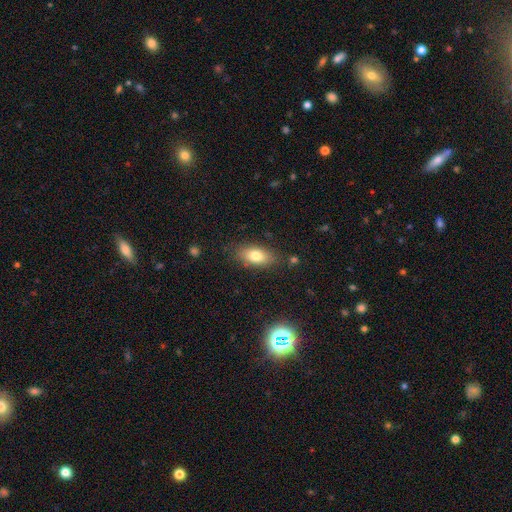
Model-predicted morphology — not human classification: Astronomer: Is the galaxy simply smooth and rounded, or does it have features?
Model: smooth — 79%.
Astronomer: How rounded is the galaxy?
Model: in between — 87%.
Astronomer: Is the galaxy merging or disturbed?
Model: none — 82%.